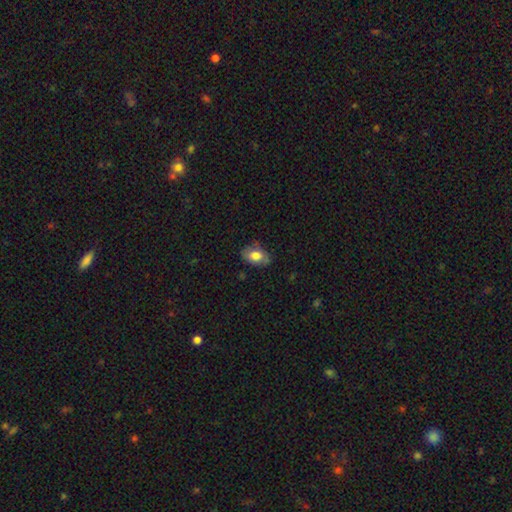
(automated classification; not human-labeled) smooth 76%, featured or disk 16%, star or artifact 7%. Down the decision tree: how rounded — in between (88%); merging — none (74%).